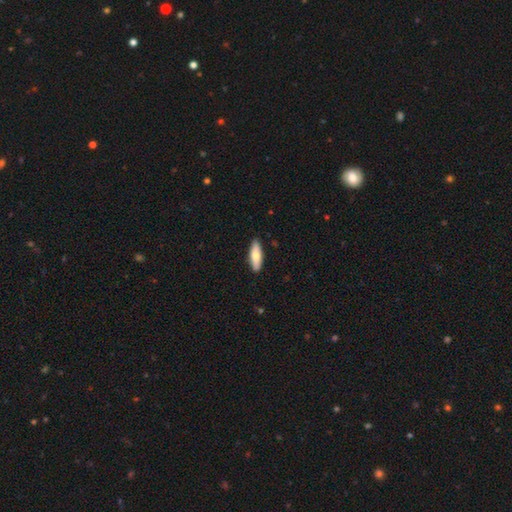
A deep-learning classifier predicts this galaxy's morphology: The model was most divided on "how rounded": in between: 58%, cigar-shaped: 40%, round: 2%. More confident: merging — none (89%); smooth or featured — smooth (72%).